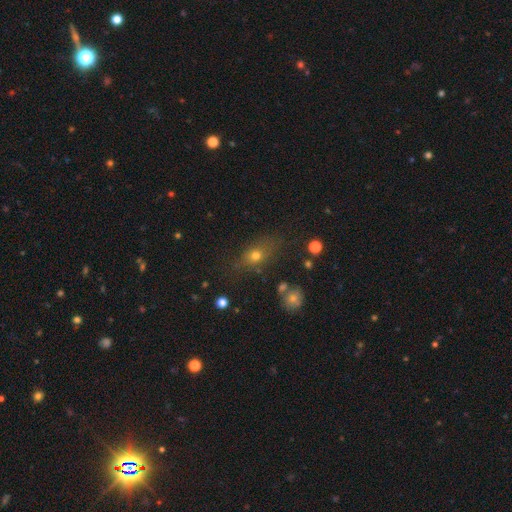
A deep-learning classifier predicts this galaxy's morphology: Smooth or featured? smooth (68%)
How rounded? in between (60%)
Merging? none (68%)